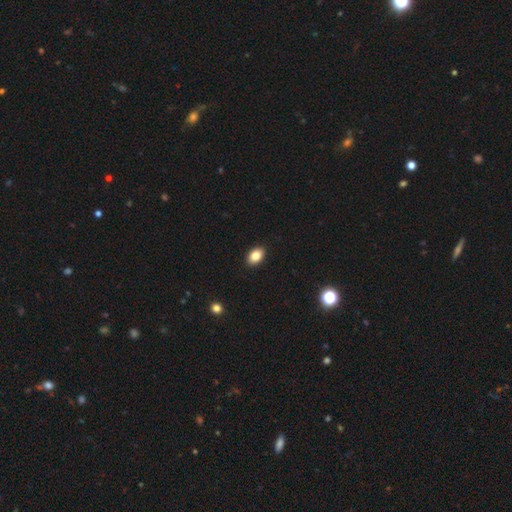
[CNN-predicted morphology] smooth 85%, star or artifact 9%, featured or disk 7%. Down the decision tree: how rounded — in between (87%); merging — none (90%).